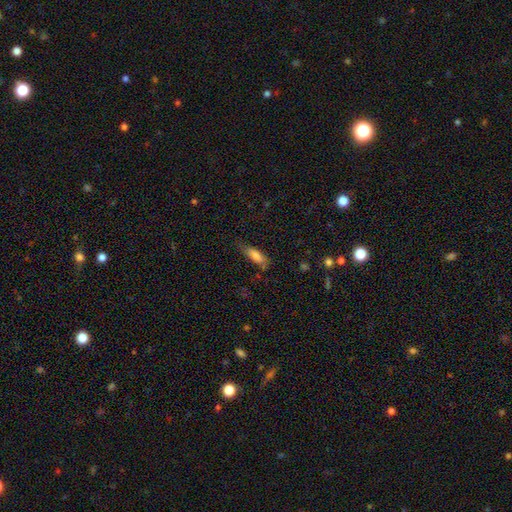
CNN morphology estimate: smooth-or-featured: smooth: 77% | featured or disk: 16% | star or artifact: 7%
  how-rounded: in between: 54% | cigar-shaped: 44% | round: 2%
  merging: none: 61% | minor disturbance: 28% | major disturbance: 8% | merger: 3%